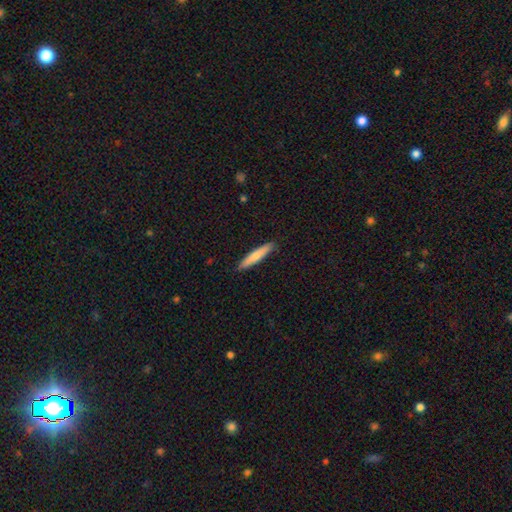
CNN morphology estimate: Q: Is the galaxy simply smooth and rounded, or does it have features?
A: smooth — 72%.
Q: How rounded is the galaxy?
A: cigar-shaped — 92%.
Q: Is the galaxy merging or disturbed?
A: none — 90%.